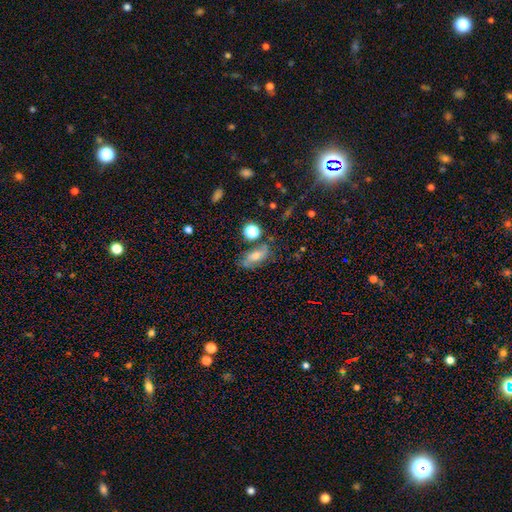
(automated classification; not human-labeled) Overall: smooth (45%; featured or disk 36%). Merging: none (67%).